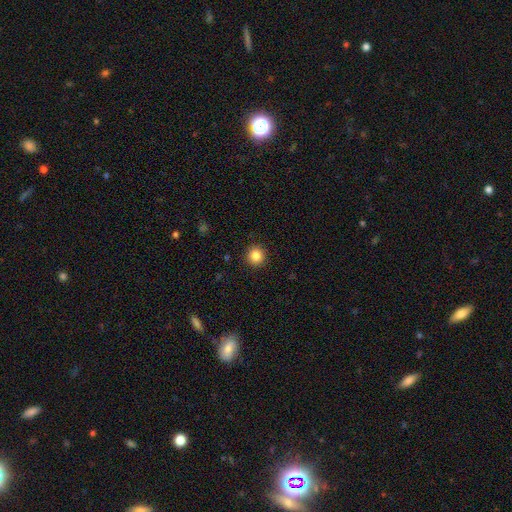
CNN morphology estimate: This appears to be a smooth galaxy with no disk features (86%) that is round (94%). Merging: none (92%).